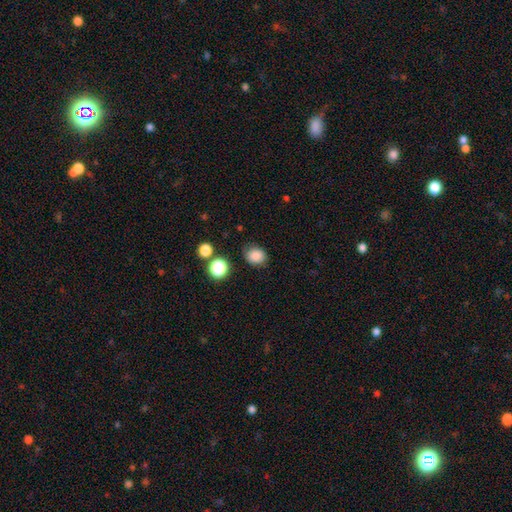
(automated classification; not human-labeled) The model was most divided on "how rounded": round: 58%, in between: 41%, cigar-shaped: 1%. More confident: smooth or featured — smooth (84%); merging — none (78%).